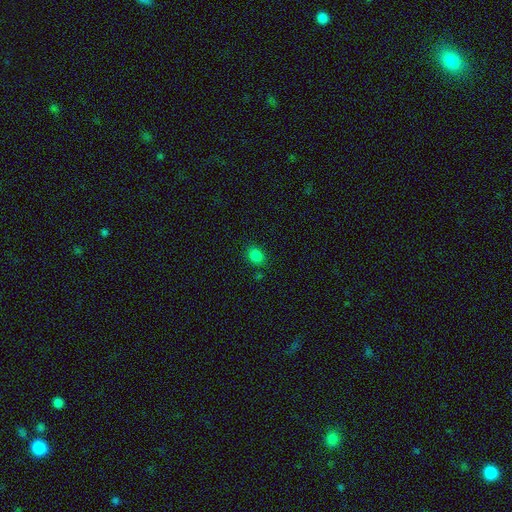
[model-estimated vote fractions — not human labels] smooth_or_featured: smooth (p=0.82) [alt: star or artifact p=0.14]
how_rounded: in between (p=0.51) [alt: round p=0.48]
merging: none (p=0.82) [alt: minor disturbance p=0.11]